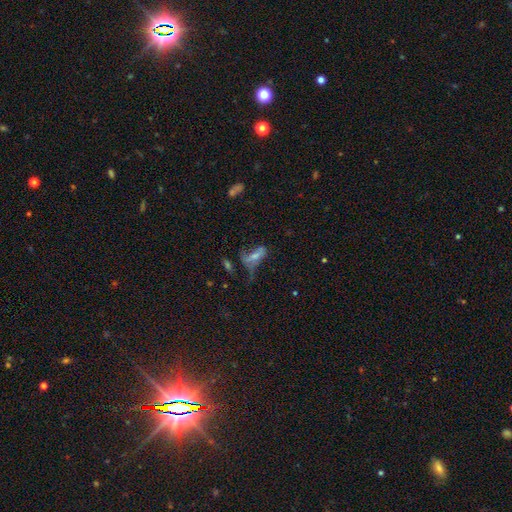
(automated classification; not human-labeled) This is possibly a smooth galaxy (52%). How rounded: likely in between (67%). Merging: marginally major disturbance (42%).